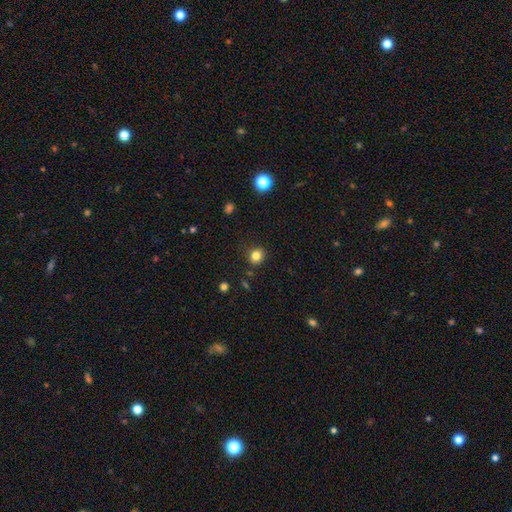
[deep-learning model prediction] Smooth or featured? Predicted: smooth (p=0.82). How rounded? Predicted: round (p=0.83). Merging? Predicted: none (p=0.88).